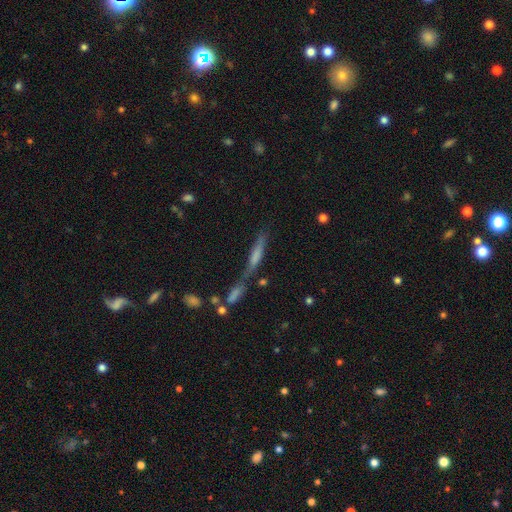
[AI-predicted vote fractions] This is possibly a smooth galaxy (49%). Merging: marginally merger (44%).